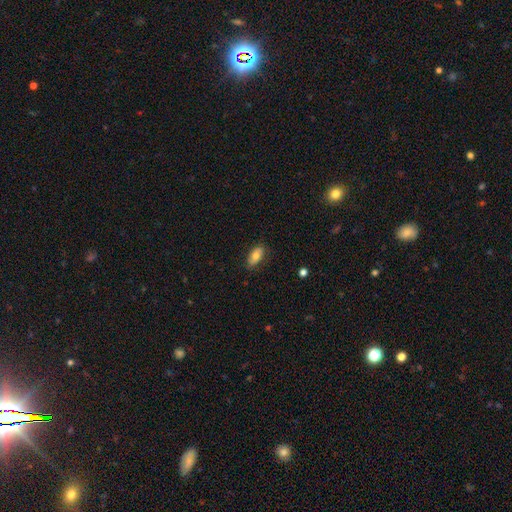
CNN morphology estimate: This is likely a smooth galaxy (73%). How rounded: clearly in between (91%). Merging: likely none (79%).